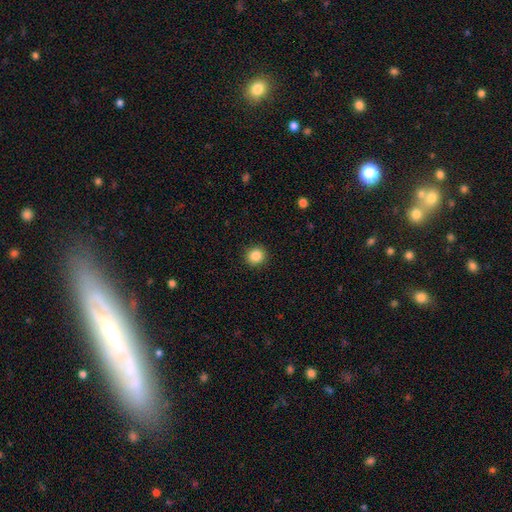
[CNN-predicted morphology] Overall: smooth (86%). How rounded: round (92%). Merging: none (92%).